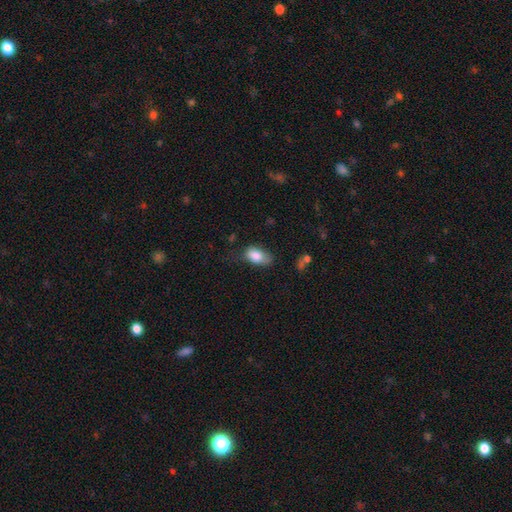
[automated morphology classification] smooth 83%, featured or disk 10%, star or artifact 7%. Down the decision tree: how rounded — in between (91%); merging — none (50%).